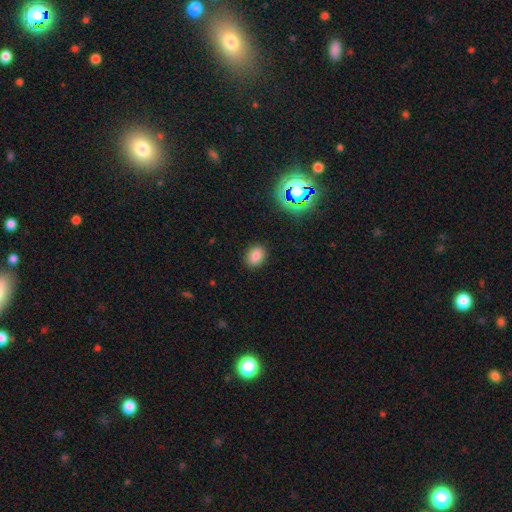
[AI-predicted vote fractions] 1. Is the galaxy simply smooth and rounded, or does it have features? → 82% smooth, 13% star or artifact, 5% featured or disk.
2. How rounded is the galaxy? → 65% in between, 34% round, 1% cigar-shaped.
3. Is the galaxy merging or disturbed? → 88% none, 8% minor disturbance, 3% major disturbance, 1% merger.